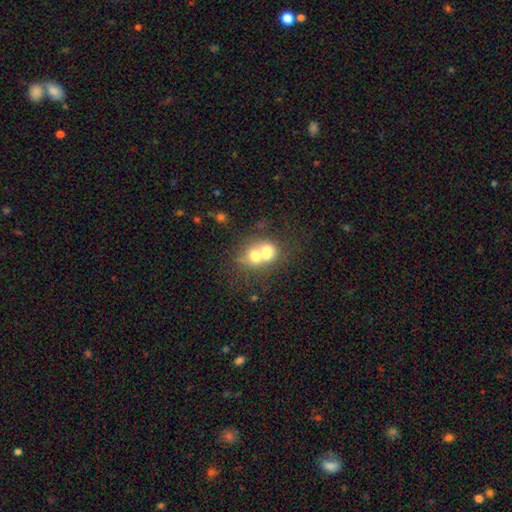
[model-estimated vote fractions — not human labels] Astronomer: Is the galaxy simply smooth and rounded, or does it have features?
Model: smooth — 62%.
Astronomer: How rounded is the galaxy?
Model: round — 64%.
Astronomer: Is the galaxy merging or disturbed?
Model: merger — 72%.